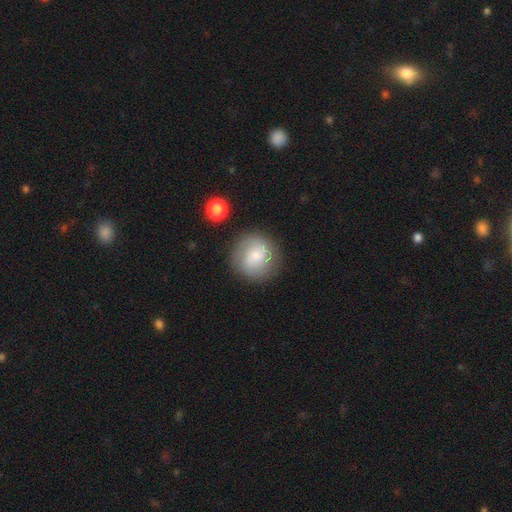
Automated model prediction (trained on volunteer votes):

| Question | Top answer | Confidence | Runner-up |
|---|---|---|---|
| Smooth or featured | smooth | 49% | featured or disk (43%) |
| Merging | none | 79% | minor disturbance (13%) |